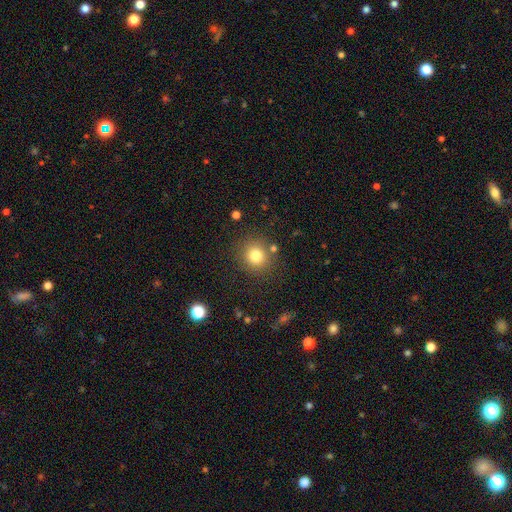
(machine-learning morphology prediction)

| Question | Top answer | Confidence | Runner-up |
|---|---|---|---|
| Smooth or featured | smooth | 79% | star or artifact (13%) |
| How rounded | round | 91% | in between (8%) |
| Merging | none | 84% | minor disturbance (8%) |